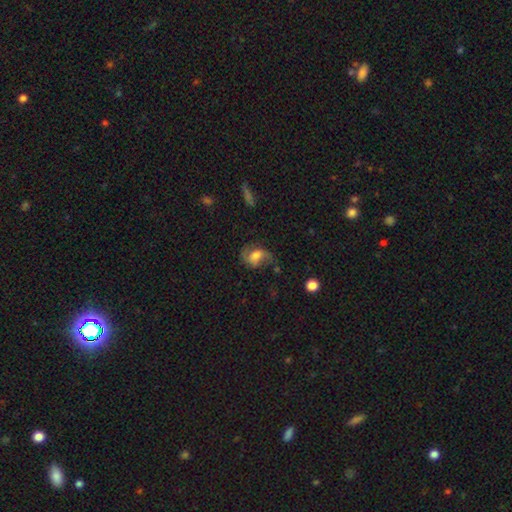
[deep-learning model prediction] smooth_or_featured: featured or disk (p=0.57) [alt: smooth p=0.34]
disk_edge_on: no (p=0.96) [alt: yes p=0.04]
bar: no (p=0.43) [alt: weak p=0.42]
has_spiral_arms: yes (p=0.87) [alt: no p=0.13]
bulge_size: moderate (p=0.48) [alt: large p=0.24]
merging: none (p=0.55) [alt: minor disturbance p=0.24]